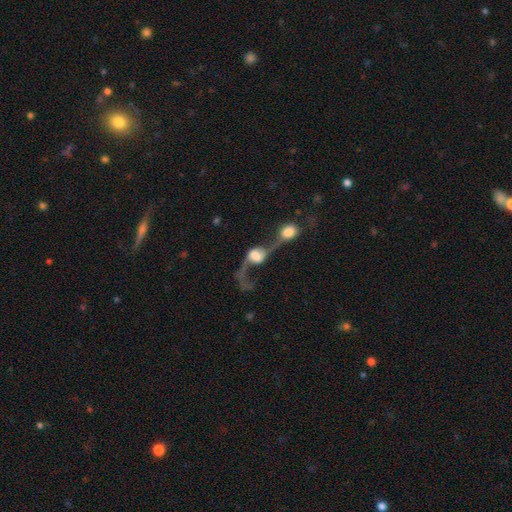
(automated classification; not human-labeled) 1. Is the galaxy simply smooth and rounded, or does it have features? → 65% featured or disk, 27% smooth, 8% star or artifact.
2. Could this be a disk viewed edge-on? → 92% no, 8% yes.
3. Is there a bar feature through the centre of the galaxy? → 59% no, 30% weak, 12% strong.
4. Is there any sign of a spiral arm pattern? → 80% yes, 20% no.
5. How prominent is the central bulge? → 39% large, 29% moderate, 14% dominant, 11% small, 7% none.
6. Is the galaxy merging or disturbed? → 74% merger, 13% major disturbance, 8% none, 4% minor disturbance.